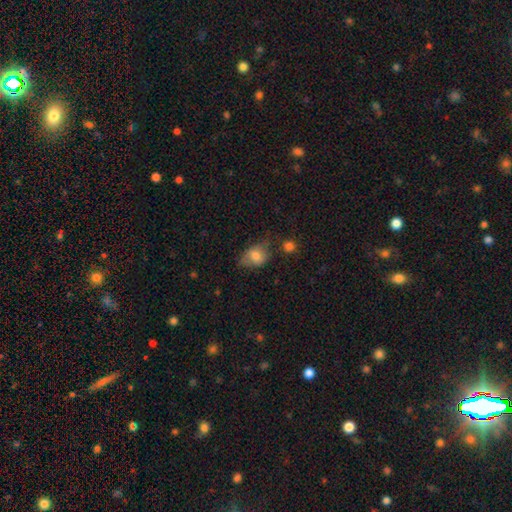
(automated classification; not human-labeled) Q: Smooth or featured?
A: smooth (74%); runner-up: featured or disk (17%)
Q: How rounded?
A: in between (70%); runner-up: round (29%)
Q: Merging?
A: none (48%); runner-up: minor disturbance (33%)